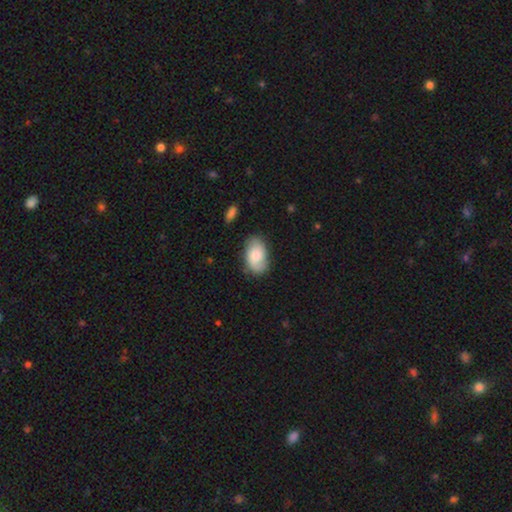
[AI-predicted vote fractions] Smooth or featured? Predicted: smooth (p=0.52). How rounded? Predicted: in between (p=0.90). Merging? Predicted: none (p=0.75).